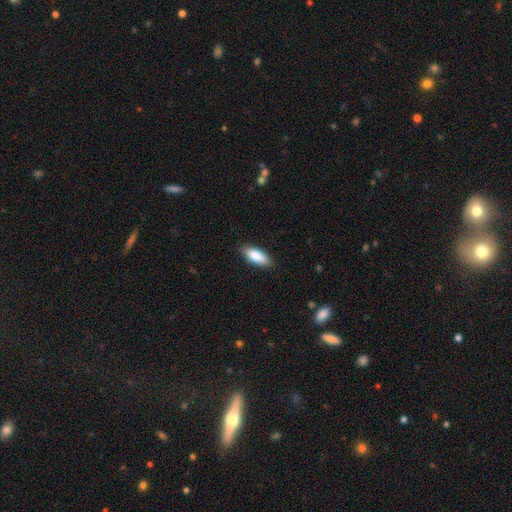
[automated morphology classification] This is clearly a smooth galaxy (85%). How rounded: likely in between (75%). Merging: clearly none (83%).